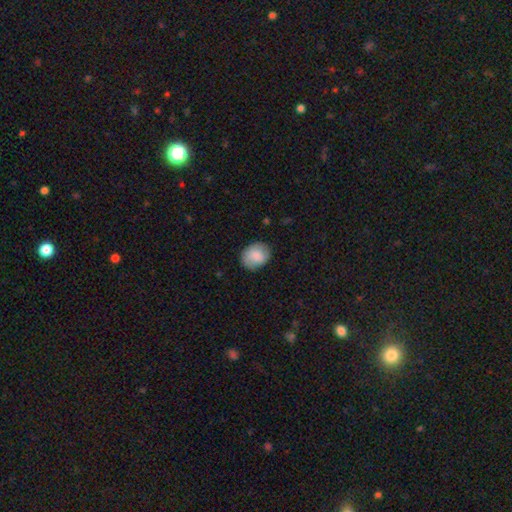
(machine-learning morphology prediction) This appears to be a smooth galaxy with no disk features (84%) that is in between round and cigar-shaped (56%). Merging: none (79%).